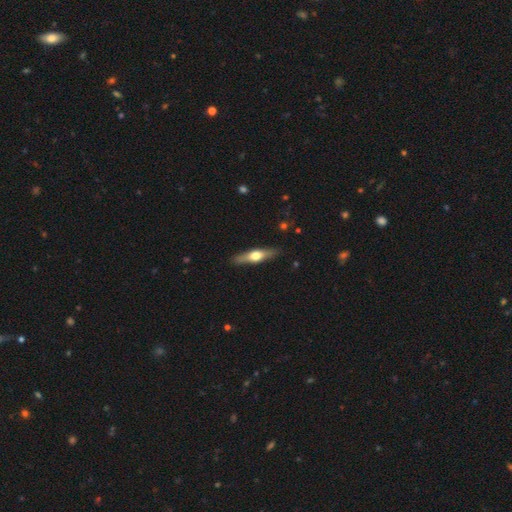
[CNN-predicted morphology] The model was most divided on "smooth or featured": featured or disk: 58%, smooth: 37%, star or artifact: 5%. More confident: edge-on bulge — rounded (94%); edge-on disk — yes (94%); merging — none (89%).